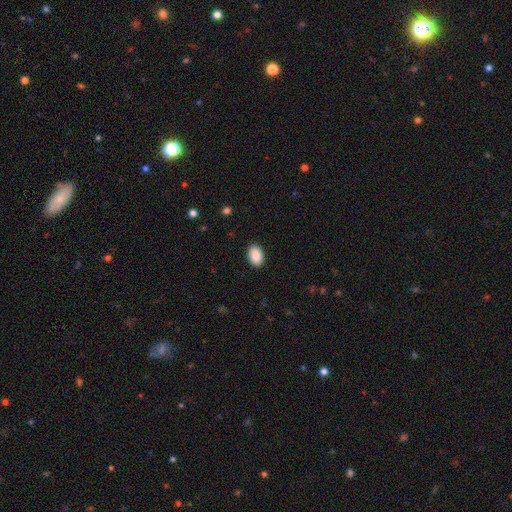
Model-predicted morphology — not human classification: smooth_or_featured: smooth (p=0.90) [alt: star or artifact p=0.06]
how_rounded: in between (p=0.90) [alt: round p=0.09]
merging: none (p=0.90) [alt: minor disturbance p=0.07]